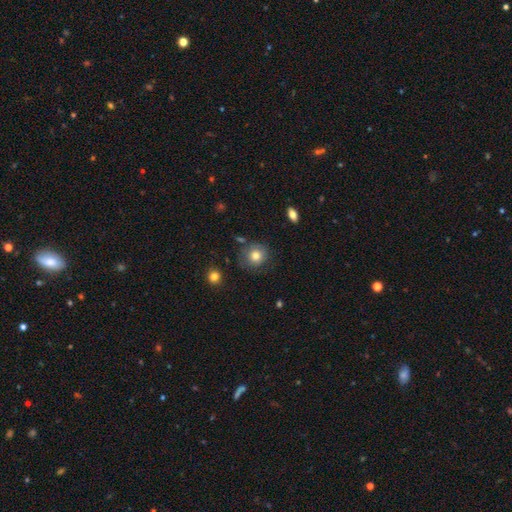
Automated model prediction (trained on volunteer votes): A smooth galaxy with no disk features (76%) that is round (87%). Merging: none (75%).